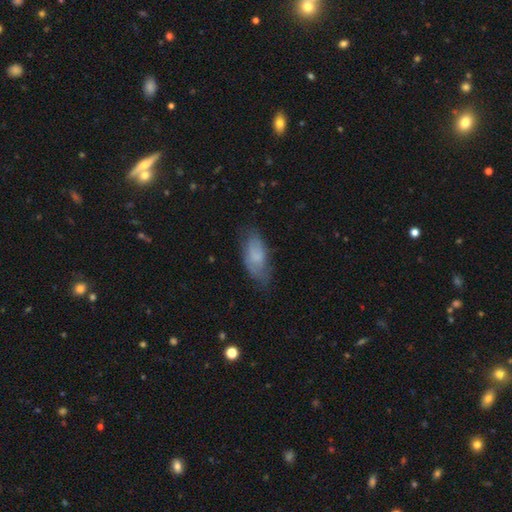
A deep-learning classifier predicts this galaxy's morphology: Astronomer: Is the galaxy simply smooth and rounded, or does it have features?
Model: smooth — 68%.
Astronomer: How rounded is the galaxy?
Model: in between — 86%.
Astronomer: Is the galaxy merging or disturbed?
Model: none — 61%.